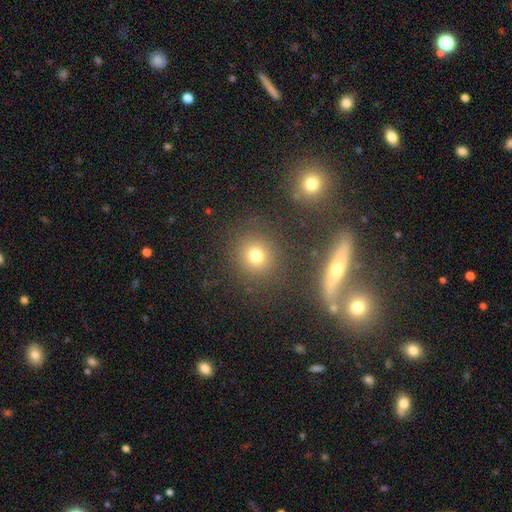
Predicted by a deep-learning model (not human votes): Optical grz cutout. It shows a smooth galaxy with no disk features (74%) that is round (88%). Merging: none (82%).